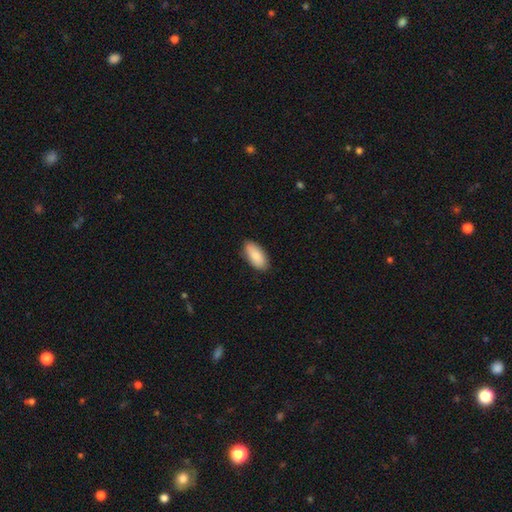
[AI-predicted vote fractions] Q: Smooth or featured?
A: smooth (88%); runner-up: featured or disk (7%)
Q: How rounded?
A: in between (91%); runner-up: cigar-shaped (7%)
Q: Merging?
A: none (84%); runner-up: minor disturbance (13%)